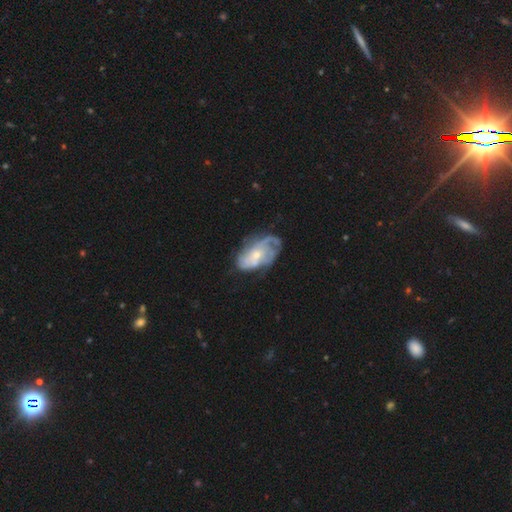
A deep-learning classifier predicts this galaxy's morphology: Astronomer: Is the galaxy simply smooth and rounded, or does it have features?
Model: featured or disk — 74%.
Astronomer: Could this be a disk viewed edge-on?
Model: no — 96%.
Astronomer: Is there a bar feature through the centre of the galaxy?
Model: no — 75%.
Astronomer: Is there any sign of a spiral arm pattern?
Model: yes — 79%.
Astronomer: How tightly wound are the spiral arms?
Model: tight — 41% (runner-up: medium, 36%).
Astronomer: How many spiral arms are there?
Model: can't tell — 44% (runner-up: 2, 22%).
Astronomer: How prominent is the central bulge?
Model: small — 59% (runner-up: moderate, 36%).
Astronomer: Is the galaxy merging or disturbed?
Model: none — 47% (runner-up: minor disturbance, 27%).